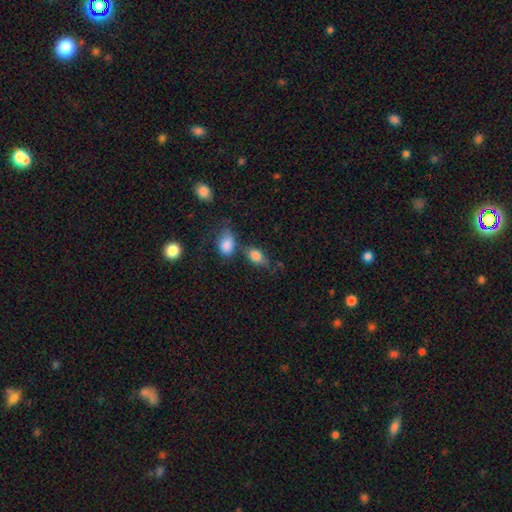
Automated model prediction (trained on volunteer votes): A smooth galaxy with no disk features (82%) that is in between round and cigar-shaped (83%).

Vote fractions:
- Smooth or featured? smooth: 82% / featured or disk: 9% / star or artifact: 9%
- How rounded? in between: 83% / round: 14% / cigar-shaped: 3%
- Merging? none: 50% / minor disturbance: 22% / merger: 19% / major disturbance: 8%